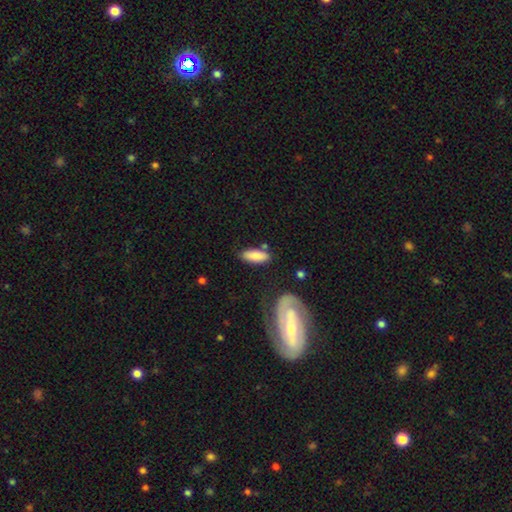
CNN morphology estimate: A smooth galaxy with no disk features (83%) that is in between round and cigar-shaped (71%).

Vote fractions:
- Smooth or featured? smooth: 83% / featured or disk: 11% / star or artifact: 6%
- How rounded? in between: 71% / cigar-shaped: 27% / round: 2%
- Merging? none: 76% / minor disturbance: 15% / merger: 5% / major disturbance: 4%